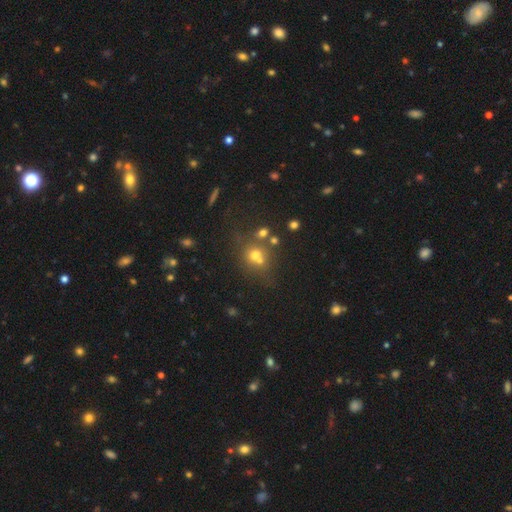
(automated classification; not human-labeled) Overall: smooth (59%; star or artifact 23%). How rounded: round (79%). Merging: none (47%; merger 38%).